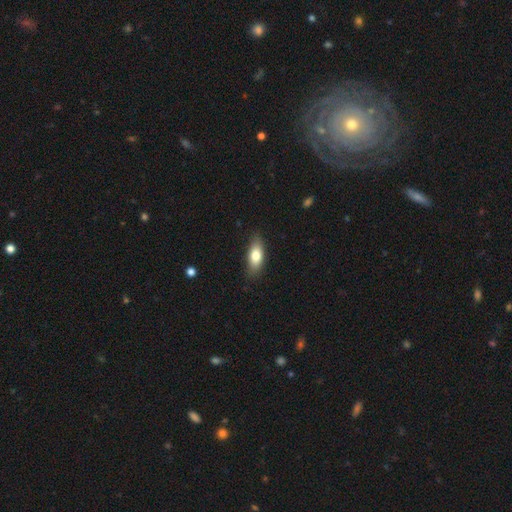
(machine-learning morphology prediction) A smooth galaxy with no disk features (75%) that is in between round and cigar-shaped (78%). Merging: none (83%).